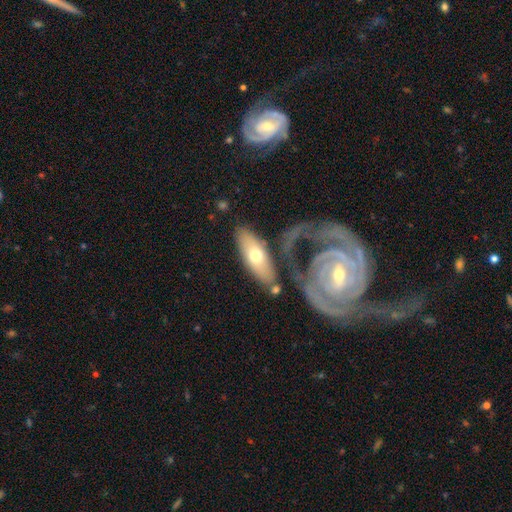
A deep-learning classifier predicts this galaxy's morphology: This is possibly a smooth galaxy (56%). How rounded: likely in between (73%). Merging: likely none (67%).